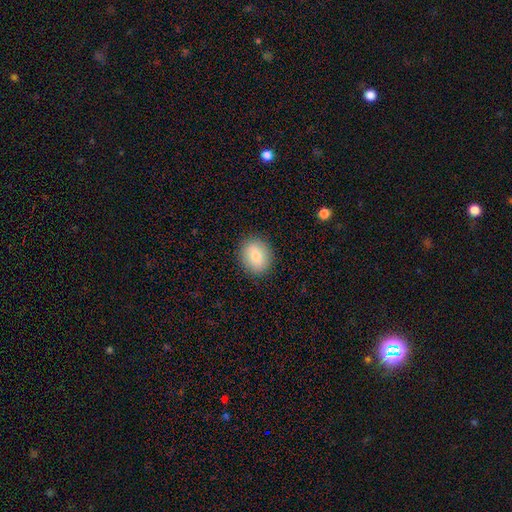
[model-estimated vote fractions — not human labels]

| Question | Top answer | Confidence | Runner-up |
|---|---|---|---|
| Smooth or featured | smooth | 78% | featured or disk (14%) |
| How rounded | round | 65% | in between (34%) |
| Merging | none | 89% | minor disturbance (8%) |